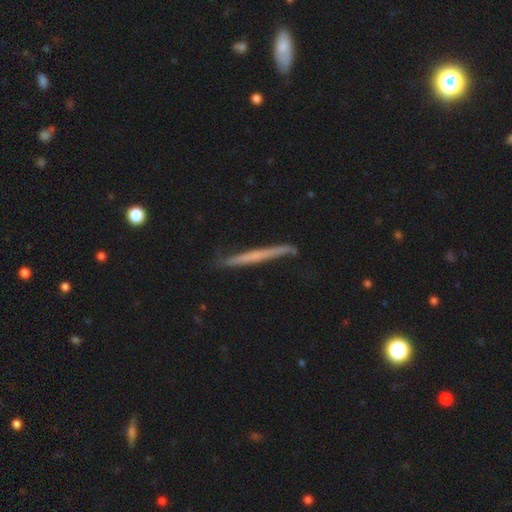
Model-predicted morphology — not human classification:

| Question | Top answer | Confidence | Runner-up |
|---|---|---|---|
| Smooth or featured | featured or disk | 55% | smooth (39%) |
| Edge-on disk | yes | 95% | no (5%) |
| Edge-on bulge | none | 83% | rounded (12%) |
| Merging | none | 79% | minor disturbance (16%) |